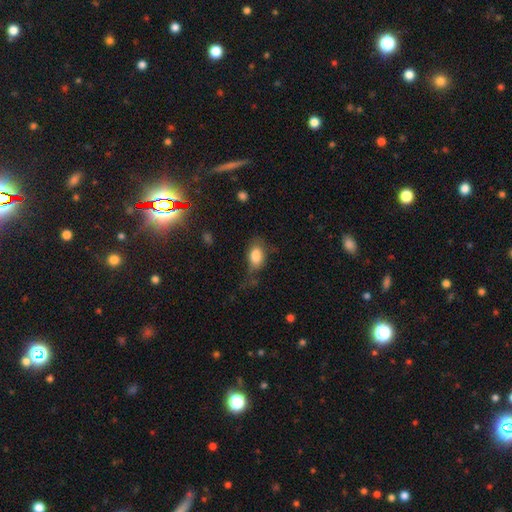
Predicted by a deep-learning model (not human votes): smooth 82%, featured or disk 10%, star or artifact 7%. Down the decision tree: how rounded — in between (89%); merging — none (46%).